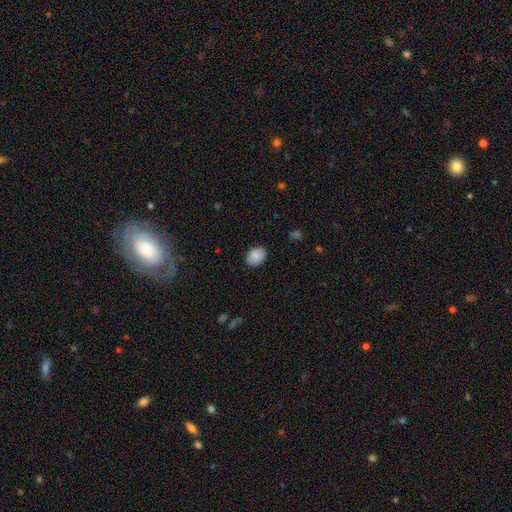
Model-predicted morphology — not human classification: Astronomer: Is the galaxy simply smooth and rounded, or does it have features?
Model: smooth — 87%.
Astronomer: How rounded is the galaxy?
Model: in between — 63%.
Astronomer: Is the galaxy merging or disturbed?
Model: none — 85%.